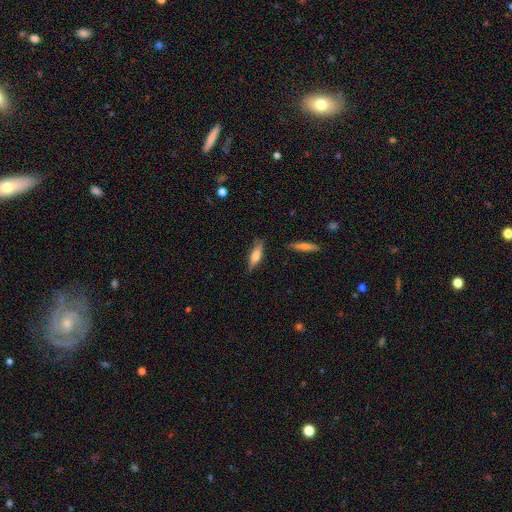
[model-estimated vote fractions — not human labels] Q: Smooth or featured?
A: smooth (53%); runner-up: featured or disk (40%)
Q: How rounded?
A: cigar-shaped (60%); runner-up: in between (37%)
Q: Merging?
A: none (79%); runner-up: minor disturbance (16%)